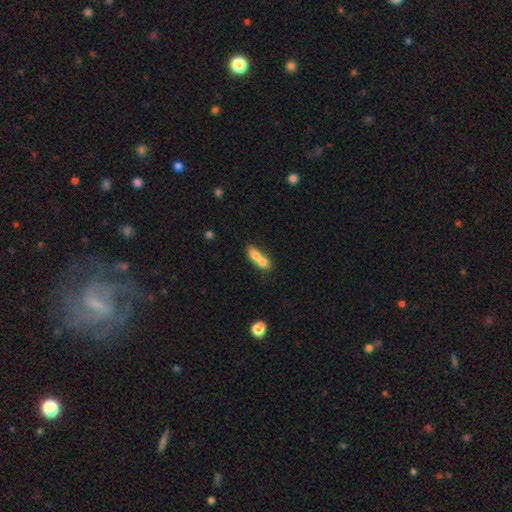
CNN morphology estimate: This appears to be a smooth galaxy with no disk features (69%) that is in between round and cigar-shaped (64%). Merging: merger (73%).